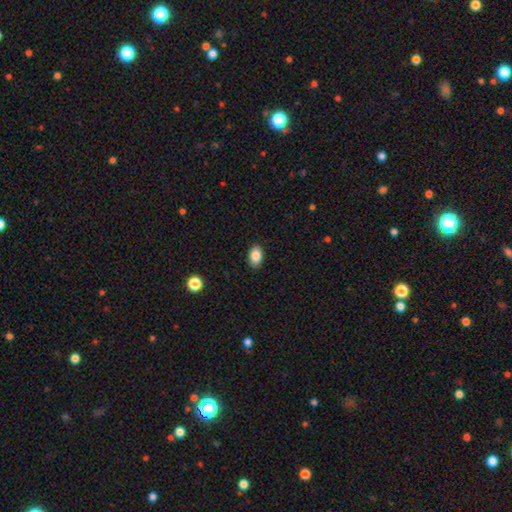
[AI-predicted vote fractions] Smooth or featured? Predicted: smooth (p=0.85). How rounded? Predicted: in between (p=0.89). Merging? Predicted: none (p=0.89).